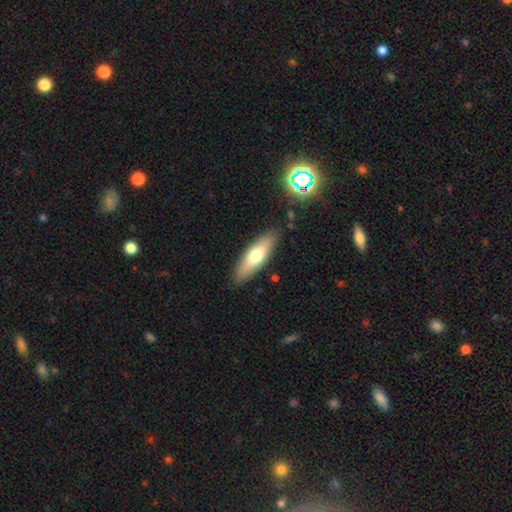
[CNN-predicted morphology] Smooth or featured: smooth — 64% (featured or disk — 30%)
How rounded: cigar-shaped — 50% (in between — 48%)
Merging: none — 87% (minor disturbance — 9%)